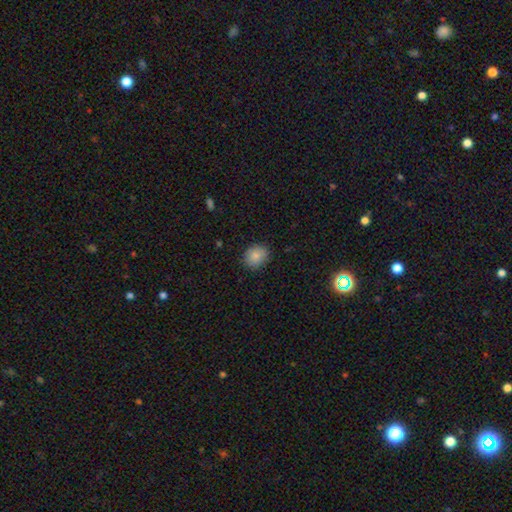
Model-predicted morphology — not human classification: A smooth galaxy with no disk features (86%) that is round (63%). Merging: none (85%).